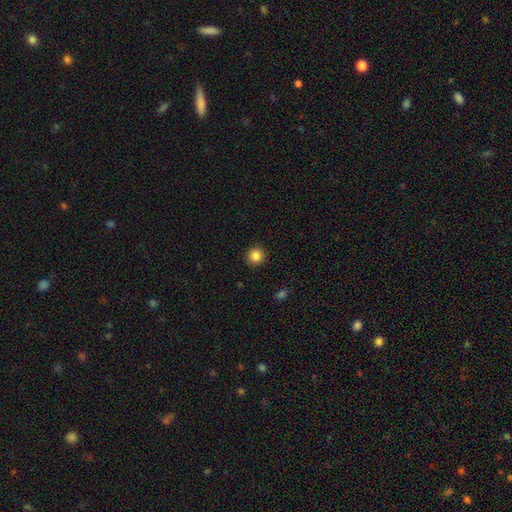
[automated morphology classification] This appears to be a smooth galaxy with no disk features (85%) that is round (95%). Merging: none (92%).